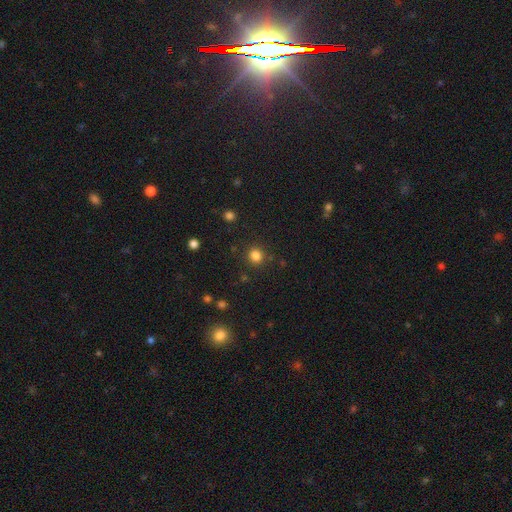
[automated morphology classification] smooth_or_featured: smooth (p=0.82) [alt: star or artifact p=0.14]
how_rounded: round (p=0.90) [alt: in between p=0.09]
merging: none (p=0.89) [alt: minor disturbance p=0.07]